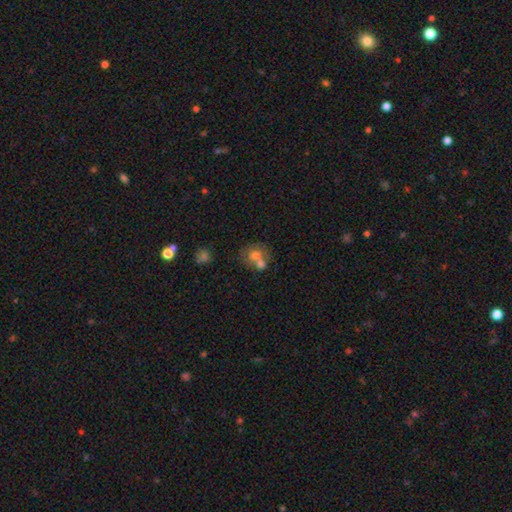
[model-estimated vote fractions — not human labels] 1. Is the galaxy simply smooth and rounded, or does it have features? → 64% smooth, 25% featured or disk, 11% star or artifact.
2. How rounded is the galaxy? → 56% round, 43% in between, 1% cigar-shaped.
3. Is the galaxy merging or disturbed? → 55% merger, 28% none, 10% minor disturbance, 7% major disturbance.